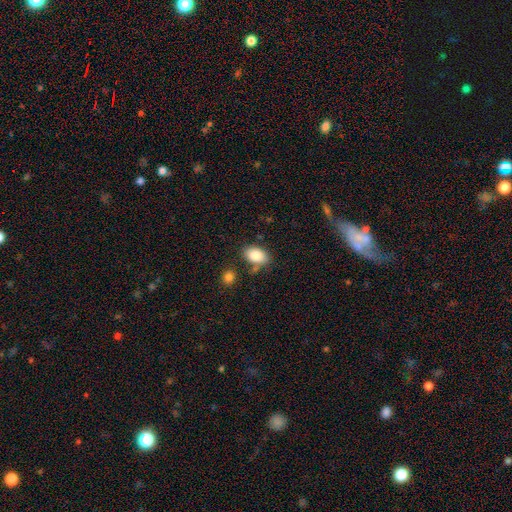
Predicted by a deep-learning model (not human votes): Morphology: type=smooth (85%); roundness=in between (90%); merging=none (72%).